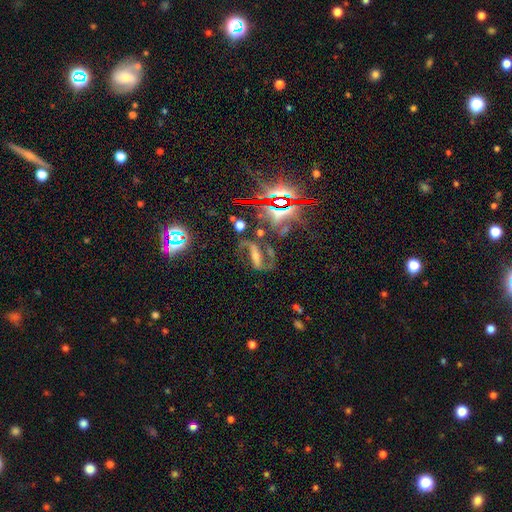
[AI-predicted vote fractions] featured or disk 65%, star or artifact 21%, smooth 14%. Down the decision tree: edge-on disk — no (87%); bar — strong (62%); spiral arms — yes (84%); bulge size — small (40%); merging — none (52%).